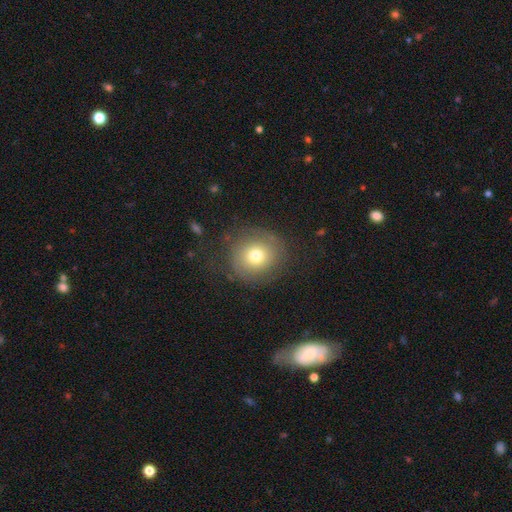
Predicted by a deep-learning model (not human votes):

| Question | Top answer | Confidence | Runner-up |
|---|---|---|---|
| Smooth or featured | smooth | 70% | featured or disk (18%) |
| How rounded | round | 89% | in between (10%) |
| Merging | none | 77% | minor disturbance (14%) |